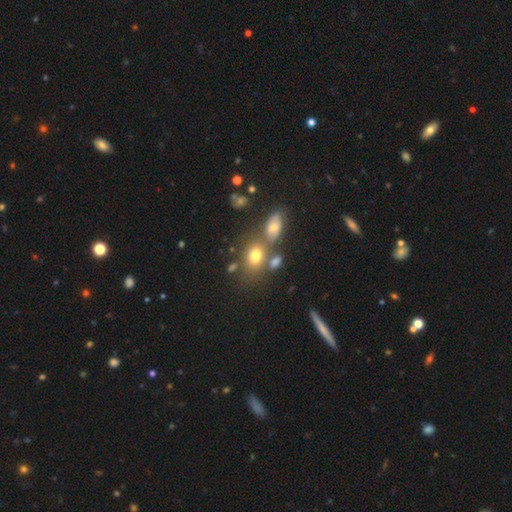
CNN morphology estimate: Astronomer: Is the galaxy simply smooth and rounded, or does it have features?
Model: smooth — 72%.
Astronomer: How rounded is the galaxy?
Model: in between — 68%.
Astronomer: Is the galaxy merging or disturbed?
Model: none — 54%.